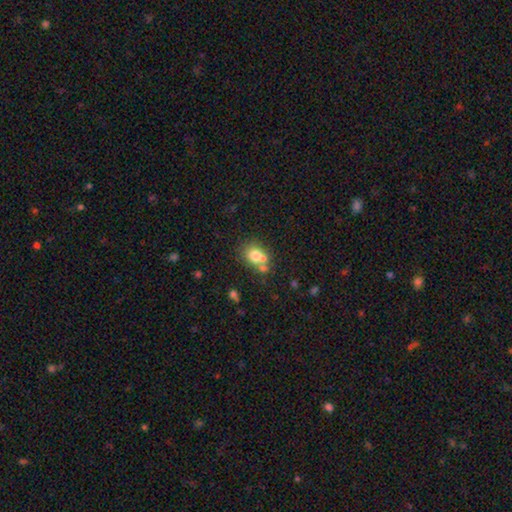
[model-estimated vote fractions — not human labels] Overall: smooth (72%). How rounded: round (67%; in between 32%). Merging: none (43%; merger 41%).